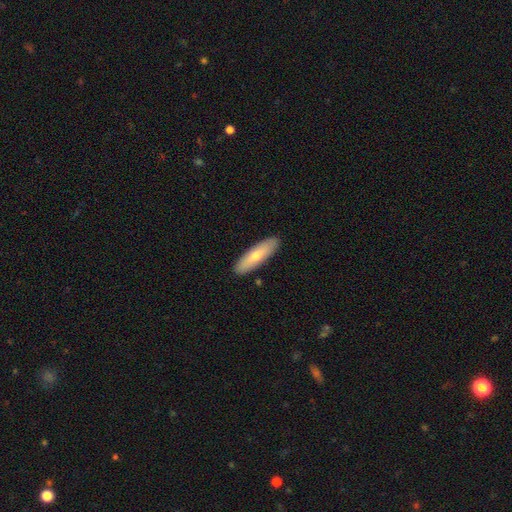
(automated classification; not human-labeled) Smooth or featured?
  - smooth: 68% *
  - featured or disk: 26%
  - star or artifact: 6%
How rounded?
  - cigar-shaped: 64% *
  - in between: 34%
  - round: 2%
Merging?
  - none: 90% *
  - minor disturbance: 7%
  - major disturbance: 1%
  - merger: 1%